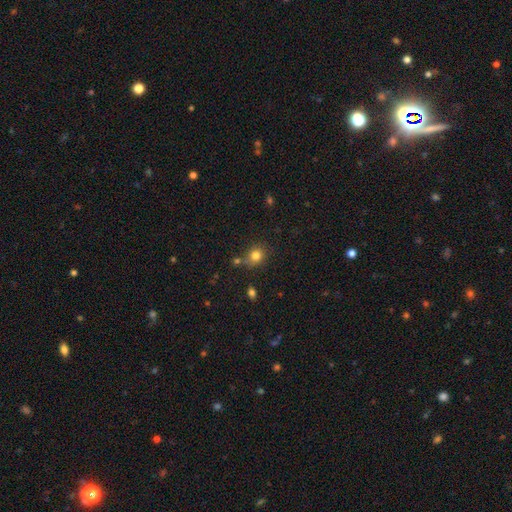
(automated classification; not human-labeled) smooth_or_featured: smooth (p=0.81) [alt: star or artifact p=0.13]
how_rounded: round (p=0.77) [alt: in between p=0.22]
merging: none (p=0.70) [alt: minor disturbance p=0.13]